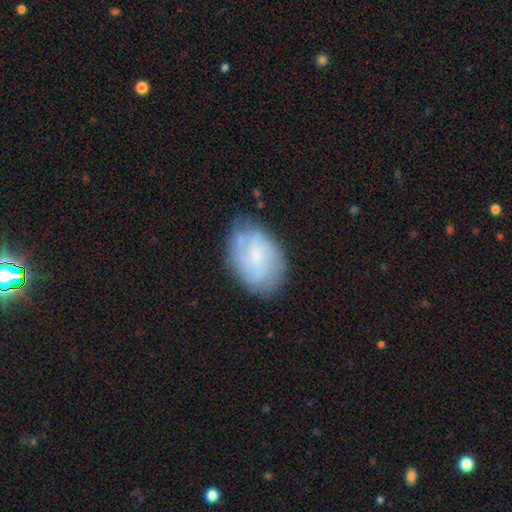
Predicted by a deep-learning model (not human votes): This is possibly a featured or disk galaxy (48%). Merging: likely none (67%).